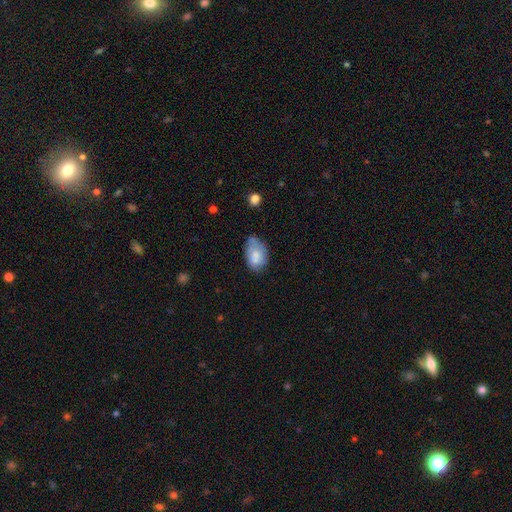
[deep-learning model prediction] Smooth or featured? Predicted: smooth (p=0.73). How rounded? Predicted: in between (p=0.90). Merging? Predicted: none (p=0.49).